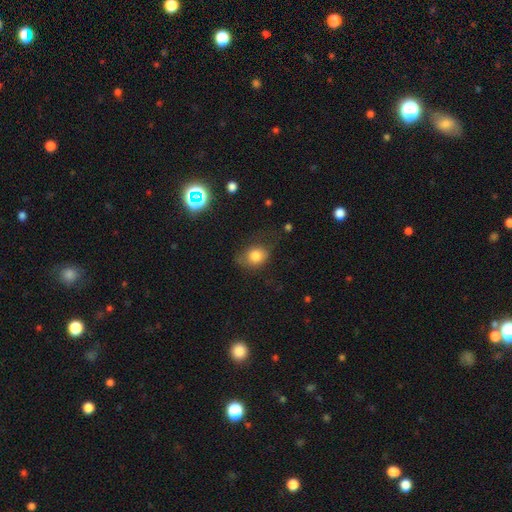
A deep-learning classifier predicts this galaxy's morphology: This appears to be a smooth galaxy with no disk features (78%) that is in between round and cigar-shaped (53%). Merging: none (56%).